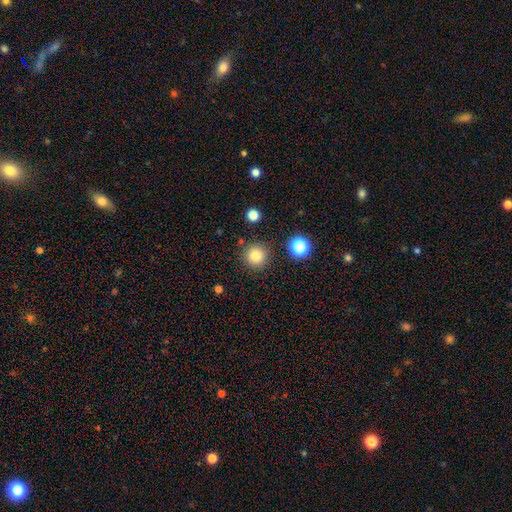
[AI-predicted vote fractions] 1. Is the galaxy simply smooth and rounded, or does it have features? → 81% smooth, 13% star or artifact, 6% featured or disk.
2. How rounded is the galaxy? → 95% round, 4% in between, 1% cigar-shaped.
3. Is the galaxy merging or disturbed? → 87% none, 7% minor disturbance, 4% merger, 3% major disturbance.